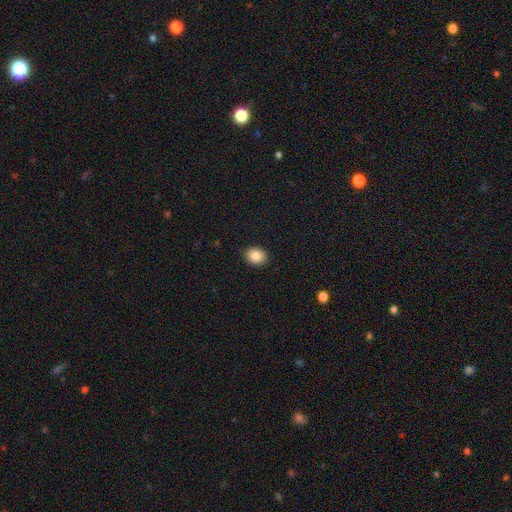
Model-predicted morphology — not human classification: Q: Smooth or featured?
A: smooth (87%); runner-up: star or artifact (9%)
Q: How rounded?
A: round (52%); runner-up: in between (47%)
Q: Merging?
A: none (91%); runner-up: minor disturbance (6%)